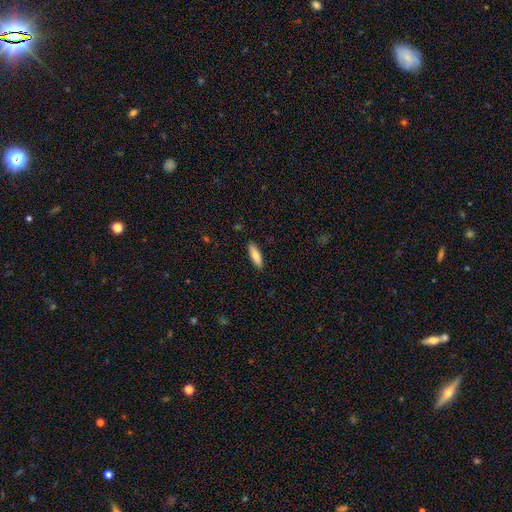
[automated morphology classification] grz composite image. It shows a smooth galaxy with no disk features (80%) that is in between round and cigar-shaped (50%). Merging: none (89%).